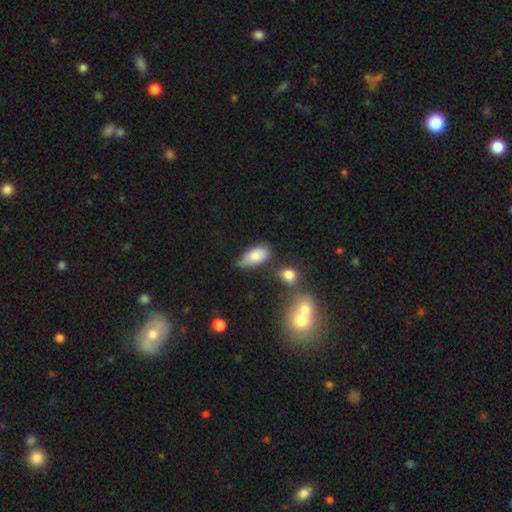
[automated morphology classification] Q: Smooth or featured?
A: smooth (78%); runner-up: featured or disk (14%)
Q: How rounded?
A: in between (90%); runner-up: cigar-shaped (7%)
Q: Merging?
A: none (44%); runner-up: minor disturbance (37%)